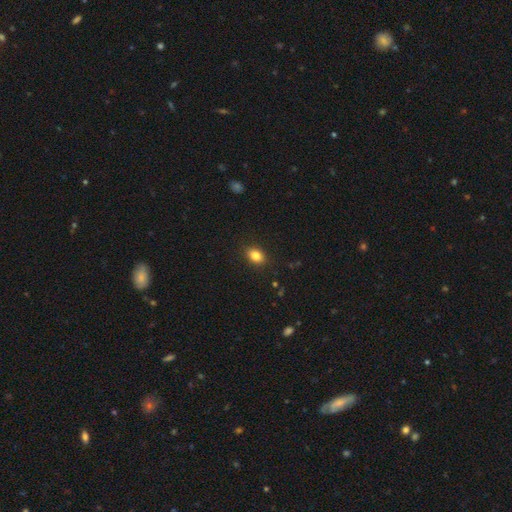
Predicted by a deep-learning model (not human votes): Smooth or featured: smooth — 84% (star or artifact — 10%)
How rounded: in between — 74% (round — 25%)
Merging: none — 88% (minor disturbance — 9%)